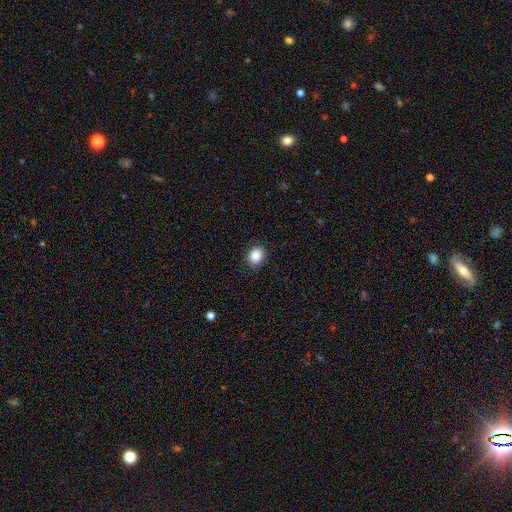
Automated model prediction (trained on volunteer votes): smooth-or-featured: smooth: 86% | star or artifact: 9% | featured or disk: 5%
  how-rounded: round: 60% | in between: 39% | cigar-shaped: 1%
  merging: none: 88% | minor disturbance: 9% | major disturbance: 2% | merger: 1%